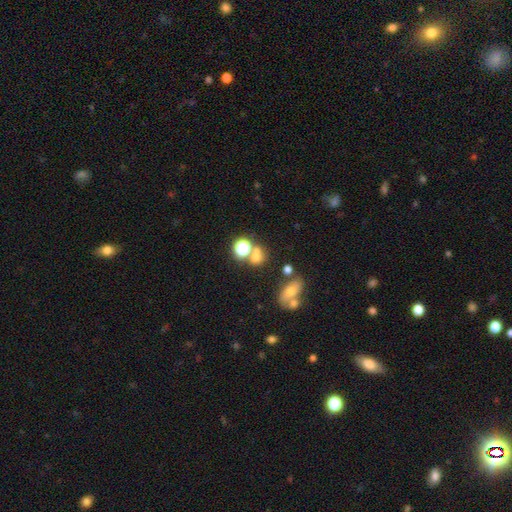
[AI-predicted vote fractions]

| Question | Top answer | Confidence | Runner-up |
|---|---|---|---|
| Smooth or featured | smooth | 63% | star or artifact (25%) |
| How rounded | round | 73% | in between (26%) |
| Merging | none | 49% | merger (35%) |